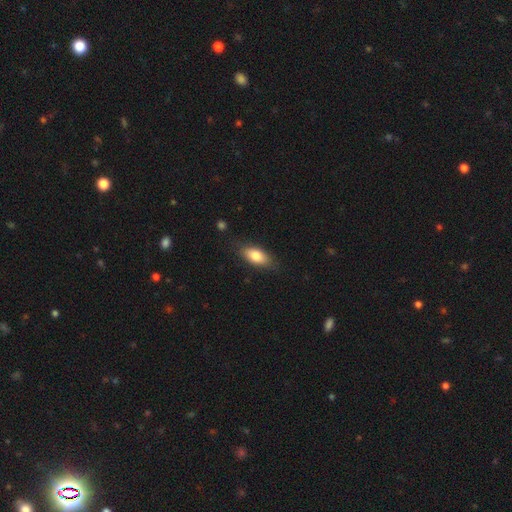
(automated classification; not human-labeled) smooth 81%, featured or disk 13%, star or artifact 7%. Down the decision tree: how rounded — in between (86%); merging — none (81%).